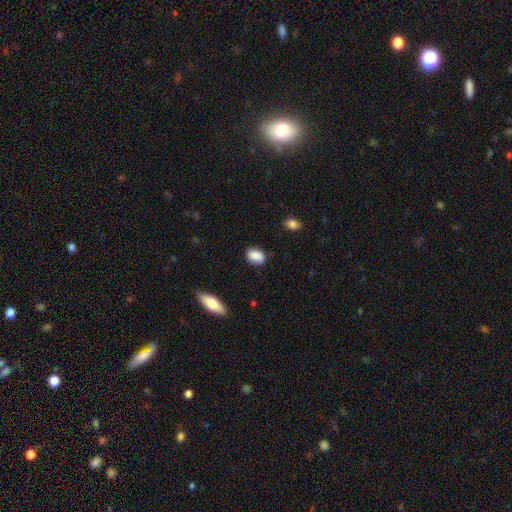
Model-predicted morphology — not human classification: This appears to be a smooth galaxy with no disk features (88%) that is in between round and cigar-shaped (80%). Merging: none (83%).